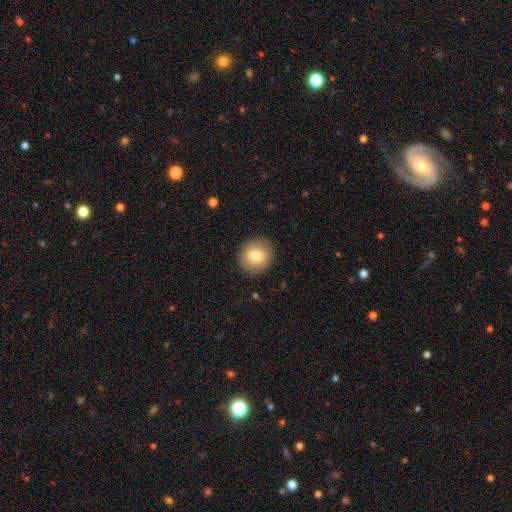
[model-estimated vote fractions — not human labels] Morphology: type=smooth (81%); roundness=round (86%); merging=none (90%).